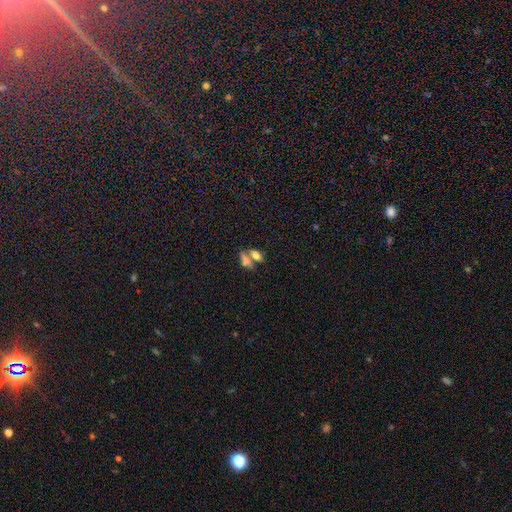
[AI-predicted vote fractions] Smooth or featured? Predicted: smooth (p=0.69). How rounded? Predicted: in between (p=0.75). Merging? Predicted: merger (p=0.52).